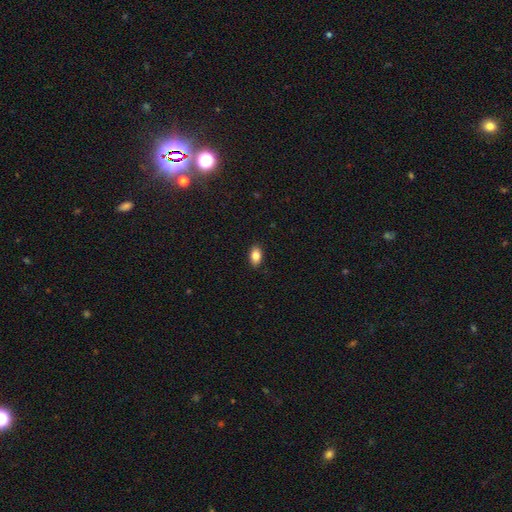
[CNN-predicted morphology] Smooth or featured: smooth — 84% (featured or disk — 8%)
How rounded: in between — 90% (round — 8%)
Merging: none — 89% (minor disturbance — 8%)